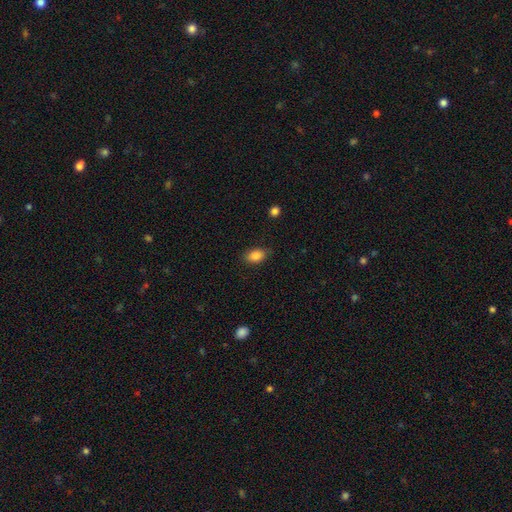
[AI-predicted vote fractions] Smooth or featured?
  - smooth: 87% *
  - star or artifact: 8%
  - featured or disk: 4%
How rounded?
  - in between: 86% *
  - round: 12%
  - cigar-shaped: 2%
Merging?
  - none: 83% *
  - minor disturbance: 12%
  - major disturbance: 3%
  - merger: 1%